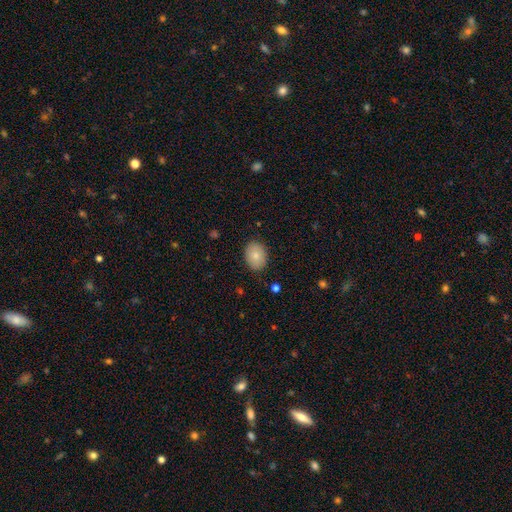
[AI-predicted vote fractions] Smooth or featured?
  - smooth: 82% *
  - featured or disk: 10%
  - star or artifact: 7%
How rounded?
  - in between: 69% *
  - round: 30%
  - cigar-shaped: 1%
Merging?
  - none: 87% *
  - minor disturbance: 10%
  - major disturbance: 2%
  - merger: 1%